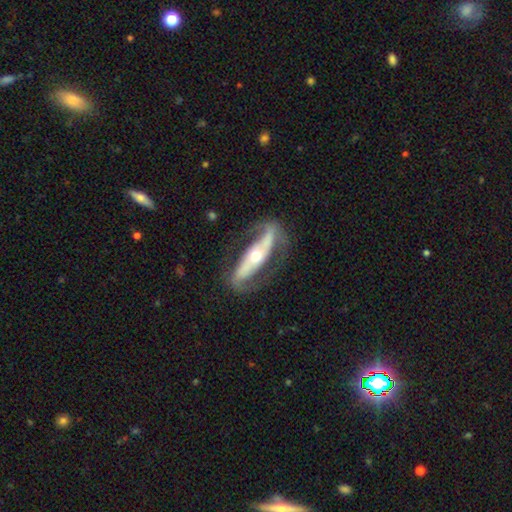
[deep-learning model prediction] smooth_or_featured: featured or disk (p=0.82) [alt: smooth p=0.13]
disk_edge_on: no (p=0.74) [alt: yes p=0.26]
bar: strong (p=0.56) [alt: no p=0.29]
has_spiral_arms: yes (p=0.83) [alt: no p=0.17]
spiral_winding: medium (p=0.40) [alt: loose p=0.35]
spiral_arm_count: 2 (p=0.86) [alt: can't tell p=0.06]
bulge_size: moderate (p=0.62) [alt: small p=0.29]
merging: none (p=0.72) [alt: minor disturbance p=0.15]